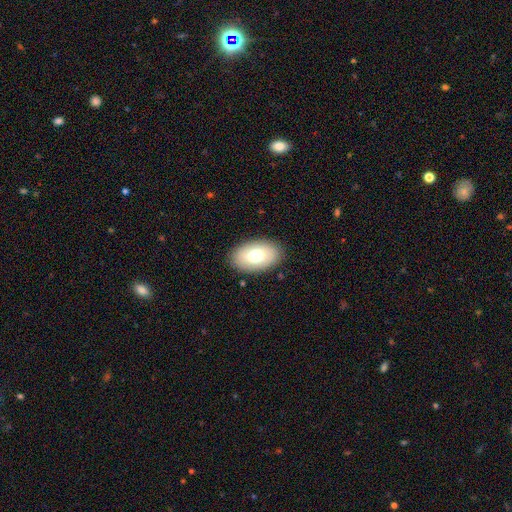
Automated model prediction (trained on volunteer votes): This is likely a smooth galaxy (73%). How rounded: clearly in between (92%). Merging: clearly none (87%).